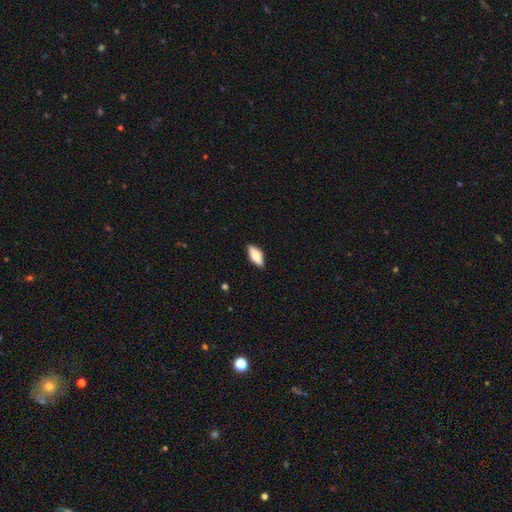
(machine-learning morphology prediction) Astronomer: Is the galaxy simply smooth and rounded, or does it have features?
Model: smooth — 81%.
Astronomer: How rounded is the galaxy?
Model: in between — 82%.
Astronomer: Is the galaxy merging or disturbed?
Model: none — 86%.